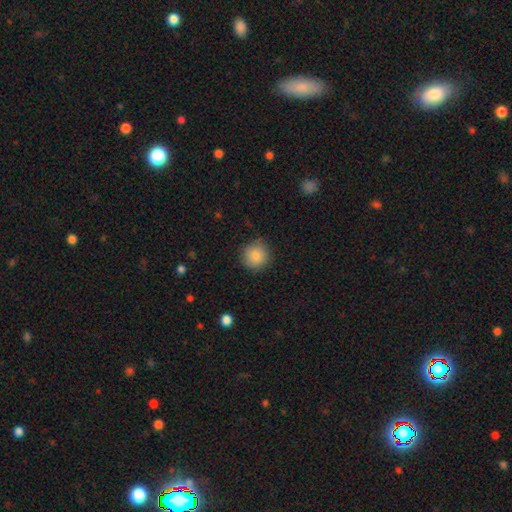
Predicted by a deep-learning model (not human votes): A smooth galaxy with no disk features (86%) that is round (92%). Merging: none (85%).